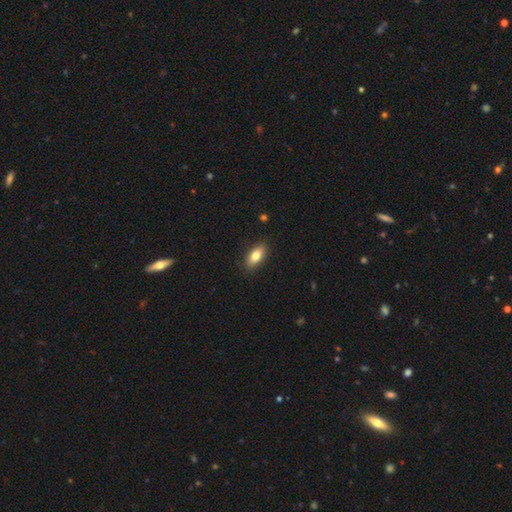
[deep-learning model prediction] This is likely a smooth galaxy (78%). How rounded: clearly in between (86%). Merging: clearly none (87%).